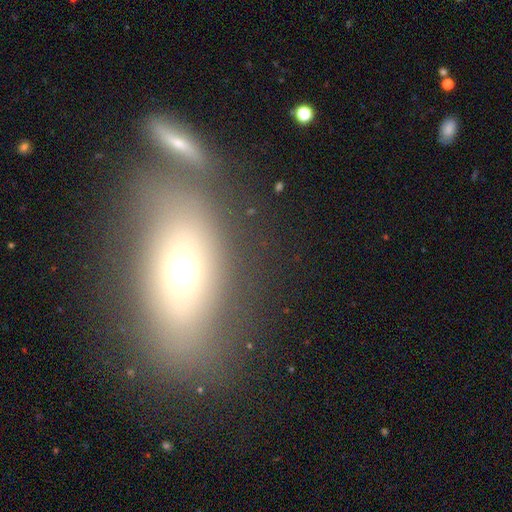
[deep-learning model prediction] A smooth galaxy with no disk features (60%) that is in between round and cigar-shaped (78%).

Vote fractions:
- Smooth or featured? smooth: 60% / featured or disk: 28% / star or artifact: 12%
- How rounded? in between: 78% / round: 13% / cigar-shaped: 9%
- Merging? none: 58% / merger: 19% / minor disturbance: 14% / major disturbance: 8%